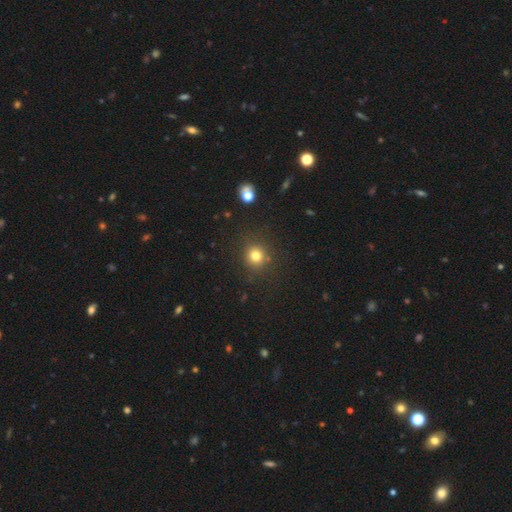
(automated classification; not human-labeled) A smooth galaxy with no disk features (78%) that is round (89%).

Vote fractions:
- Smooth or featured? smooth: 78% / star or artifact: 15% / featured or disk: 6%
- How rounded? round: 89% / in between: 10% / cigar-shaped: 1%
- Merging? none: 85% / minor disturbance: 9% / major disturbance: 3% / merger: 3%